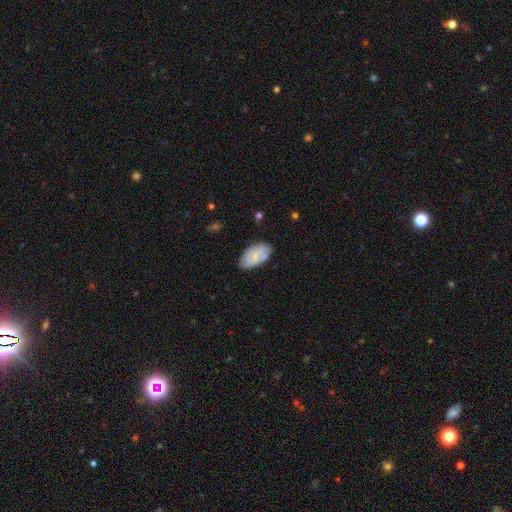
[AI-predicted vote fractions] Q: Smooth or featured?
A: smooth (52%); runner-up: featured or disk (41%)
Q: How rounded?
A: in between (94%); runner-up: round (4%)
Q: Merging?
A: none (75%); runner-up: minor disturbance (20%)